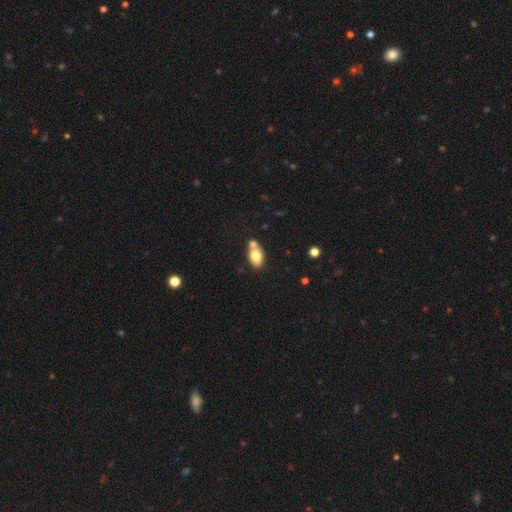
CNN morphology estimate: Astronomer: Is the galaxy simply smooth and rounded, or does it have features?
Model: smooth — 74%.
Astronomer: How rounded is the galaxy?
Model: in between — 87%.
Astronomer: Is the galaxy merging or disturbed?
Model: none — 50% (runner-up: merger, 33%).